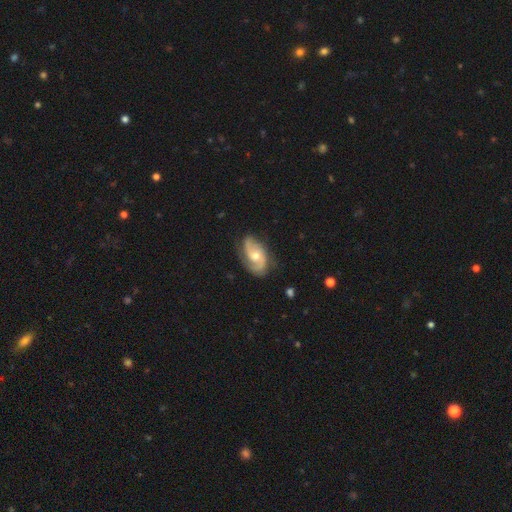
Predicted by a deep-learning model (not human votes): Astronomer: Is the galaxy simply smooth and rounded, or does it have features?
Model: featured or disk — 82%.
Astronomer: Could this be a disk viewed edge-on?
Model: no — 96%.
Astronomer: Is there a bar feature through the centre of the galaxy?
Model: no — 64%.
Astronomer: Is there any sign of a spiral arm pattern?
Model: yes — 95%.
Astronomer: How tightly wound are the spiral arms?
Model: medium — 47% (runner-up: loose, 30%).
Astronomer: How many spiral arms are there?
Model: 2 — 78%.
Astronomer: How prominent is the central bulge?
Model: moderate — 58% (runner-up: small, 37%).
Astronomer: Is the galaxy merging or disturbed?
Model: none — 71%.